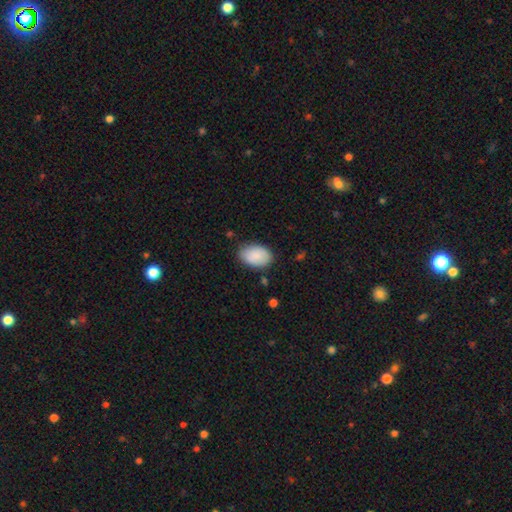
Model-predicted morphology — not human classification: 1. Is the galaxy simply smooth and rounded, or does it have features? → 88% smooth, 6% star or artifact, 6% featured or disk.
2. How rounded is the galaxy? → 90% in between, 9% round, 1% cigar-shaped.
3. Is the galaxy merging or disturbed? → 80% none, 15% minor disturbance, 3% major disturbance, 2% merger.